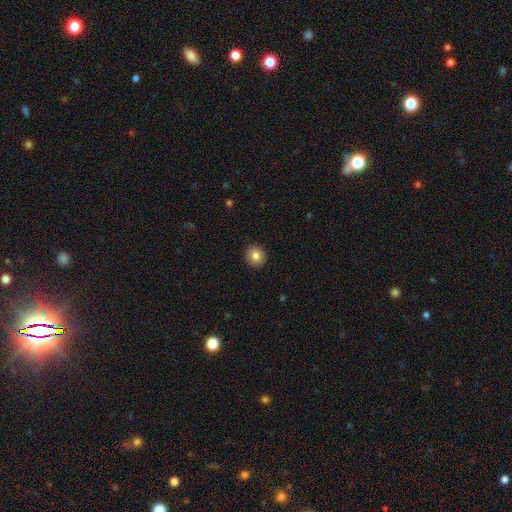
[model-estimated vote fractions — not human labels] smooth 83%, star or artifact 10%, featured or disk 8%. Down the decision tree: how rounded — round (88%); merging — none (92%).